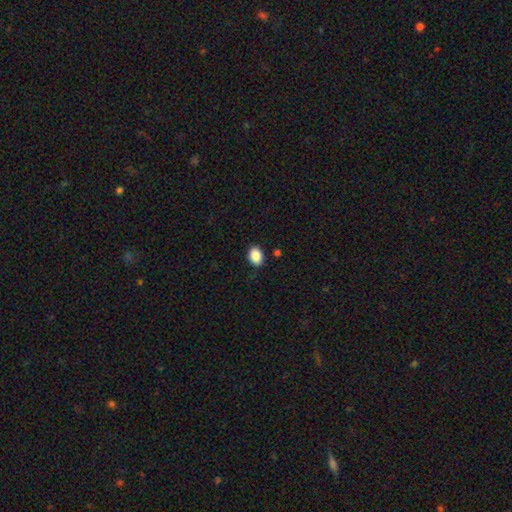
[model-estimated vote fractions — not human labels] This is clearly a smooth galaxy (88%). How rounded: likely in between (67%). Merging: clearly none (86%).